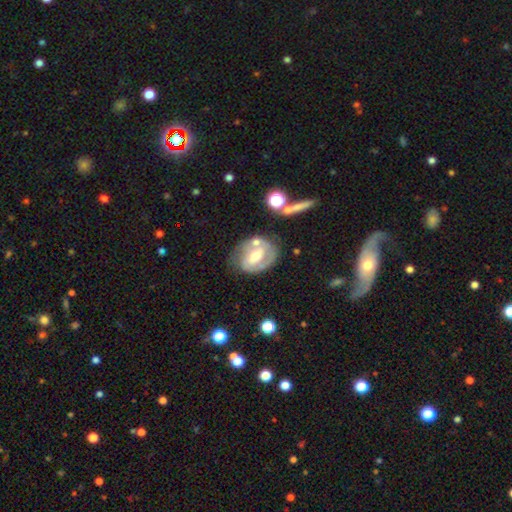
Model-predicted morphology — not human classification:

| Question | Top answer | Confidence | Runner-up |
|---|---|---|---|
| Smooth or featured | featured or disk | 70% | smooth (23%) |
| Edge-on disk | no | 96% | yes (4%) |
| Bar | weak | 40% | no (33%) |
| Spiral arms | yes | 68% | no (32%) |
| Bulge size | moderate | 65% | small (24%) |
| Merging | none | 58% | minor disturbance (21%) |